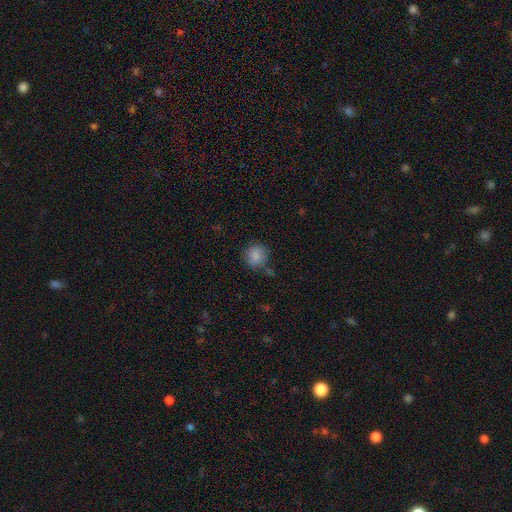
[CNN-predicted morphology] This is clearly a smooth galaxy (85%). How rounded: clearly round (83%). Merging: likely none (75%).